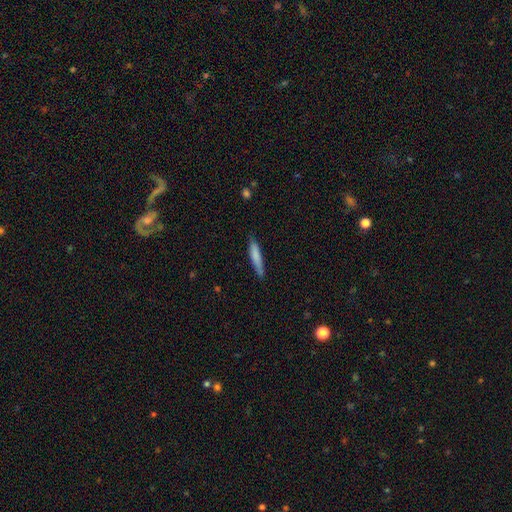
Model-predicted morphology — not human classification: The model was most divided on "smooth or featured": smooth: 76%, featured or disk: 18%, star or artifact: 6%. More confident: how rounded — cigar-shaped (90%); merging — none (79%).